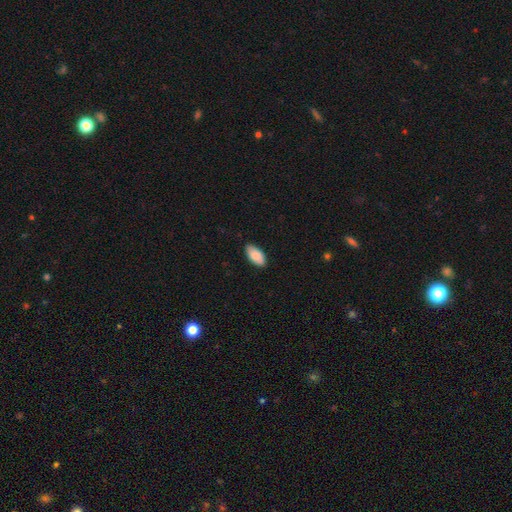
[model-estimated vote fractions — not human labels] This is clearly a smooth galaxy (85%). How rounded: clearly in between (94%). Merging: clearly none (84%).